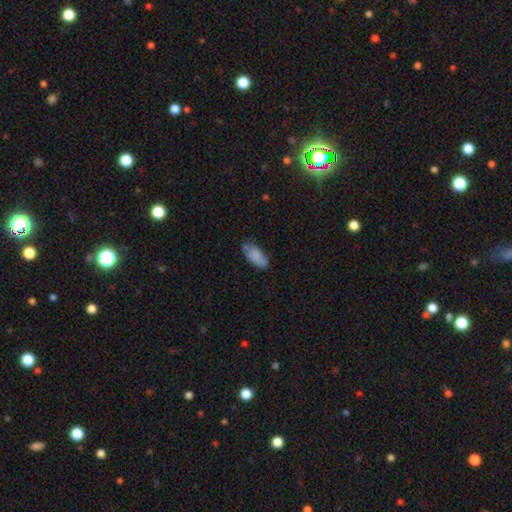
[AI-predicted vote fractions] Overall: smooth (78%). How rounded: in between (89%). Merging: none (55%; minor disturbance 28%).